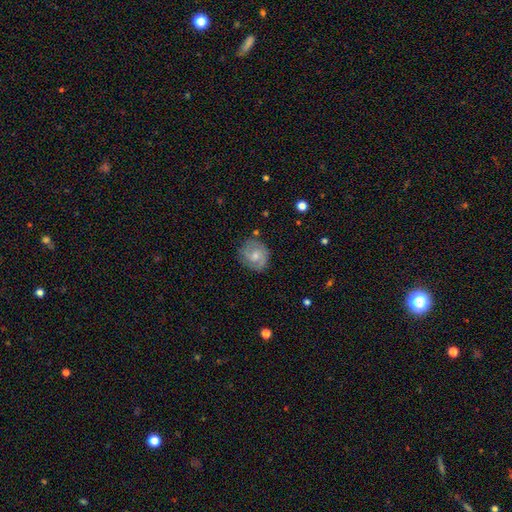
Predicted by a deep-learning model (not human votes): Smooth or featured: featured or disk — 66% (smooth — 28%)
Edge-on disk: no — 97% (yes — 3%)
Bar: no — 56% (weak — 39%)
Spiral arms: yes — 92% (no — 8%)
Spiral winding: medium — 45% (tight — 41%)
Spiral arm count: 2 — 71% (can't tell — 13%)
Bulge size: small — 49% (moderate — 43%)
Merging: none — 76% (minor disturbance — 17%)